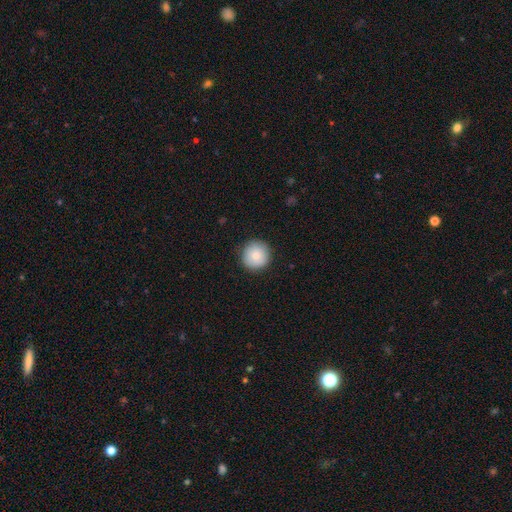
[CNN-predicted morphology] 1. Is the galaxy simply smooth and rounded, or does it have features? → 85% smooth, 8% featured or disk, 7% star or artifact.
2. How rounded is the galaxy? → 95% round, 4% in between, 1% cigar-shaped.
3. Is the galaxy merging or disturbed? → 89% none, 8% minor disturbance, 2% major disturbance, 1% merger.